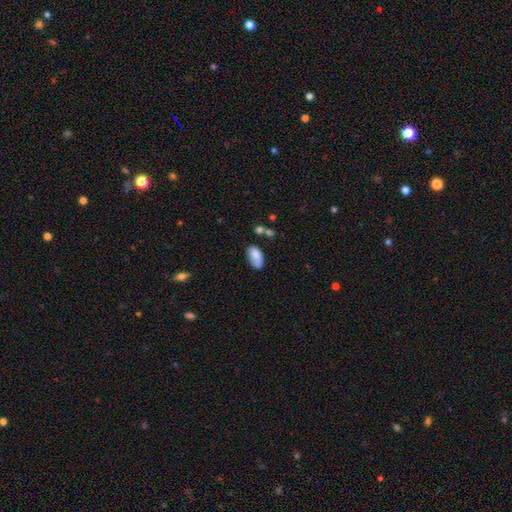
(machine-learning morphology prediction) The model was most divided on "merging": none: 57%, minor disturbance: 27%, merger: 8%, major disturbance: 7%. More confident: how rounded — in between (93%); smooth or featured — smooth (82%).